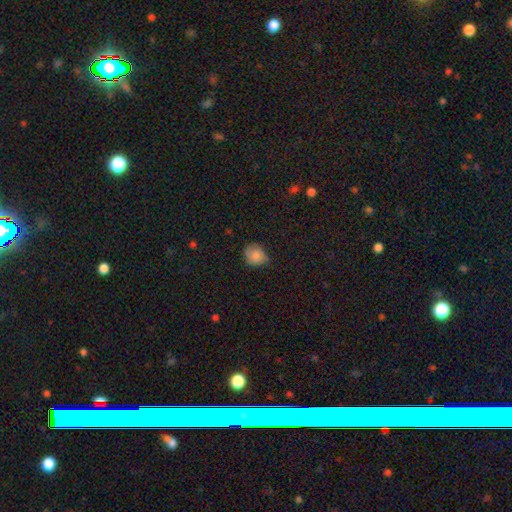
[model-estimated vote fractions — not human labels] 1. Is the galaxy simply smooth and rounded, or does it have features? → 80% smooth, 11% featured or disk, 9% star or artifact.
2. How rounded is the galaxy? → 69% round, 30% in between, 1% cigar-shaped.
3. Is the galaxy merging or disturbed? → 60% none, 32% minor disturbance, 6% major disturbance, 1% merger.